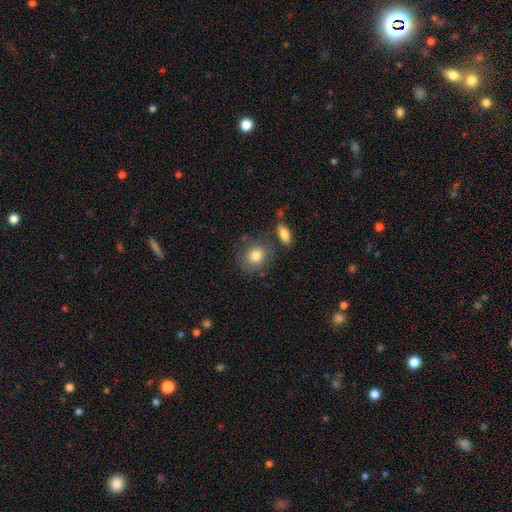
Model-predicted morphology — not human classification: A smooth galaxy with no disk features (82%) that is round (71%).

Vote fractions:
- Smooth or featured? smooth: 82% / featured or disk: 10% / star or artifact: 8%
- How rounded? round: 71% / in between: 28% / cigar-shaped: 1%
- Merging? none: 70% / minor disturbance: 15% / merger: 10% / major disturbance: 5%